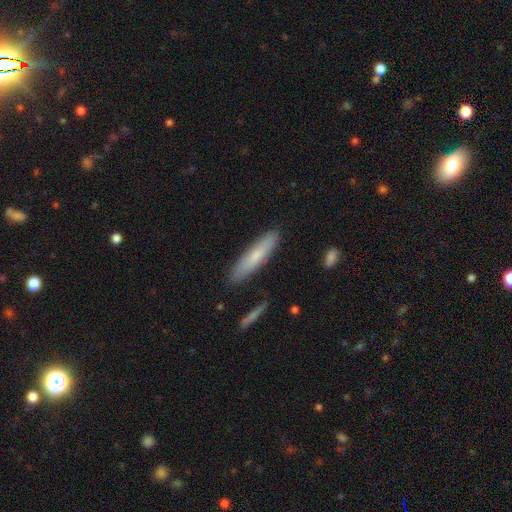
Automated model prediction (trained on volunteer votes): This is likely a smooth galaxy (70%). How rounded: clearly cigar-shaped (83%). Merging: clearly none (87%).